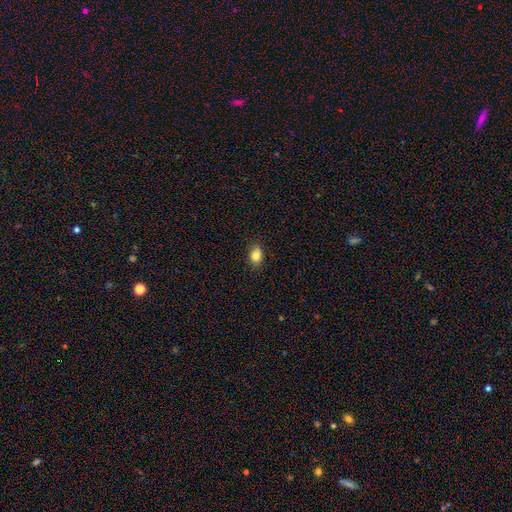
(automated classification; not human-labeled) Smooth or featured: smooth — 82% (star or artifact — 10%)
How rounded: in between — 74% (round — 25%)
Merging: none — 79% (minor disturbance — 17%)